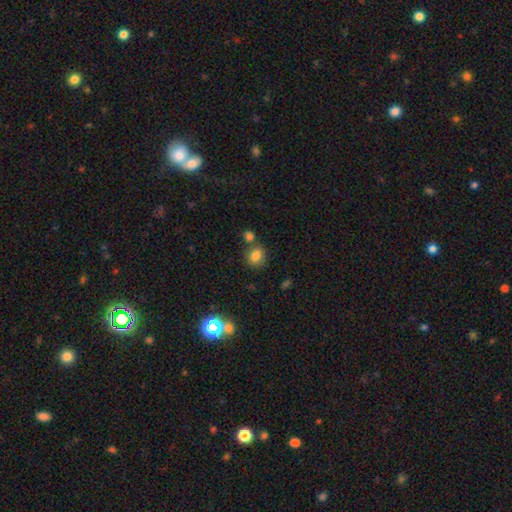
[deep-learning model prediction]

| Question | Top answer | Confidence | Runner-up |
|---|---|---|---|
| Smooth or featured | smooth | 79% | star or artifact (13%) |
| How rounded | round | 56% | in between (42%) |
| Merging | none | 66% | merger (17%) |